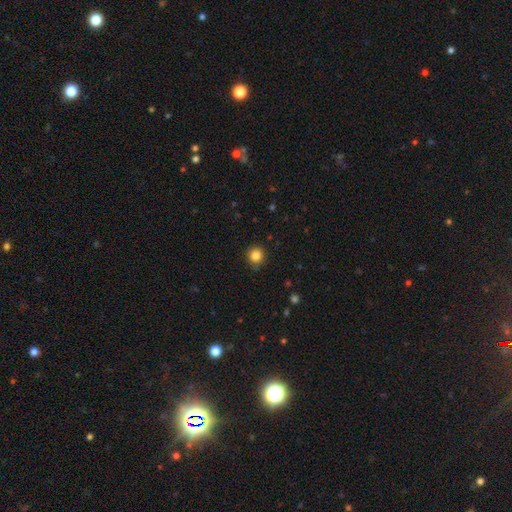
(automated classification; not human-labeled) This appears to be a smooth galaxy with no disk features (84%) that is round (91%). Merging: none (86%).